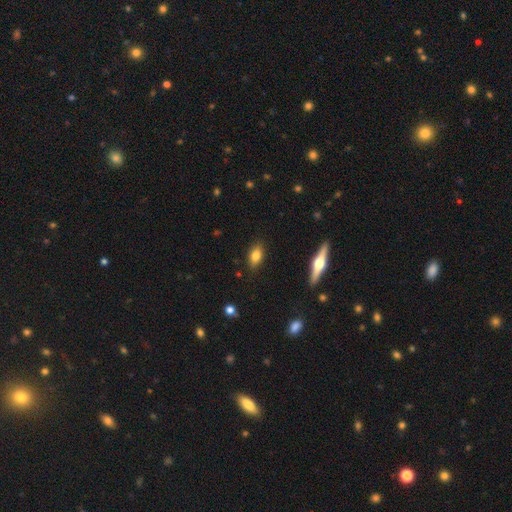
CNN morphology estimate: This appears to be a smooth galaxy with no disk features (76%) that is in between round and cigar-shaped (83%). Merging: none (86%).